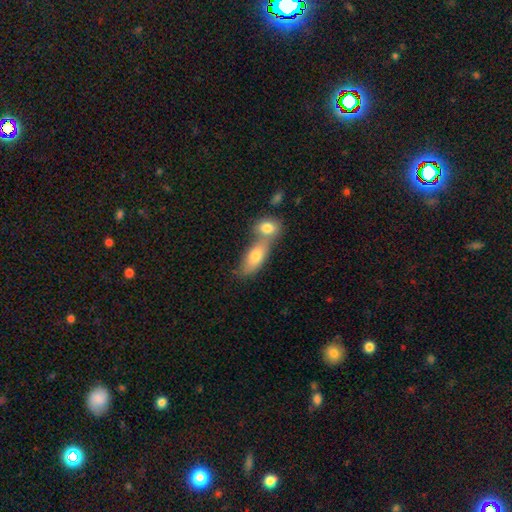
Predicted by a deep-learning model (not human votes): smooth_or_featured: smooth (p=0.74) [alt: featured or disk p=0.19]
how_rounded: in between (p=0.78) [alt: cigar-shaped p=0.15]
merging: merger (p=0.59) [alt: none p=0.29]